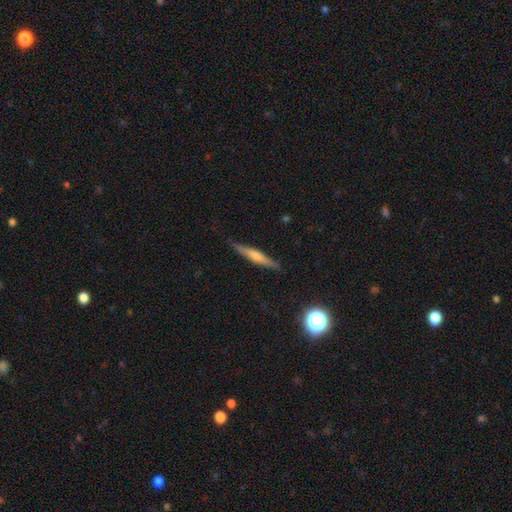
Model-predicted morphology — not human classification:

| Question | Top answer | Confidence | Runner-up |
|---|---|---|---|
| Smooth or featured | featured or disk | 62% | smooth (30%) |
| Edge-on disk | yes | 97% | no (3%) |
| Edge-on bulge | rounded | 72% | none (18%) |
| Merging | none | 88% | minor disturbance (9%) |